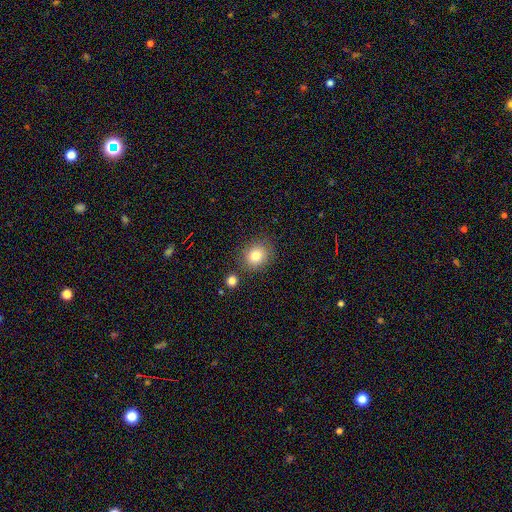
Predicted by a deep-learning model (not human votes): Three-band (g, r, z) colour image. It shows a smooth galaxy with no disk features (81%) that is round (72%). Merging: none (80%).